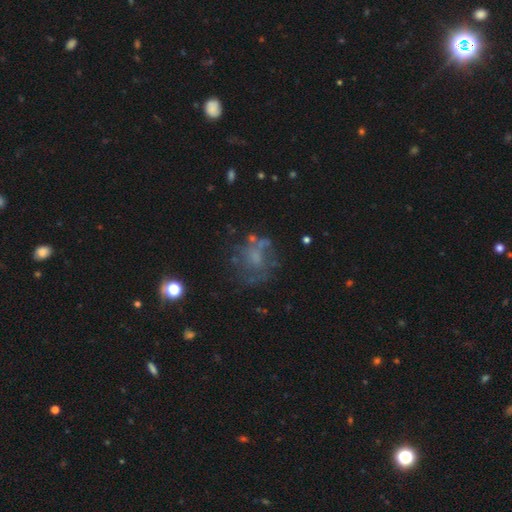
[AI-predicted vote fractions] A featured or disk galaxy (47%).

Vote fractions:
- Smooth or featured? featured or disk: 47% / smooth: 34% / star or artifact: 19%
- Merging? none: 55% / major disturbance: 21% / minor disturbance: 19% / merger: 5%